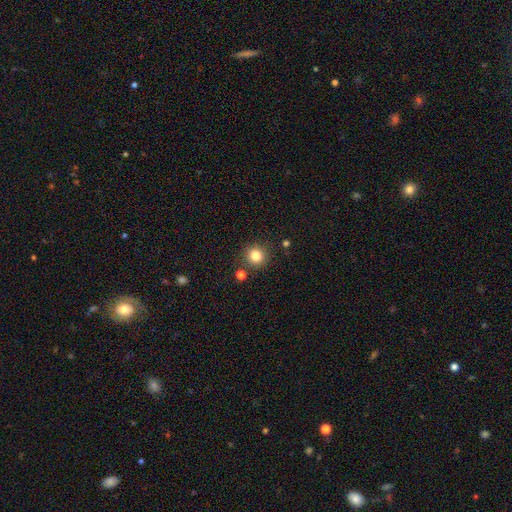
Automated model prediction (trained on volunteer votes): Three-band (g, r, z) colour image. It shows a smooth galaxy with no disk features (82%) that is round (92%). Merging: none (85%).